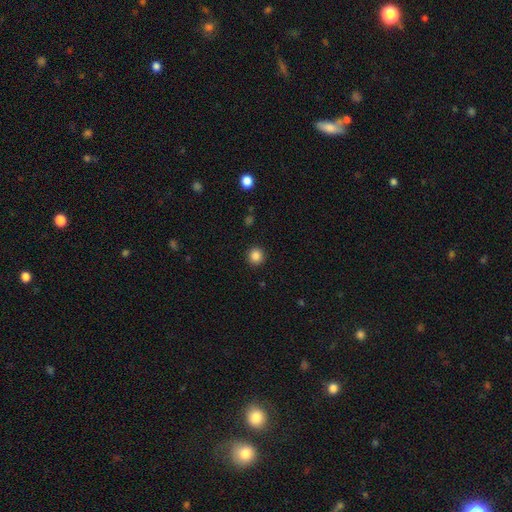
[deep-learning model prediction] smooth 86%, star or artifact 11%, featured or disk 4%. Down the decision tree: how rounded — round (93%); merging — none (92%).